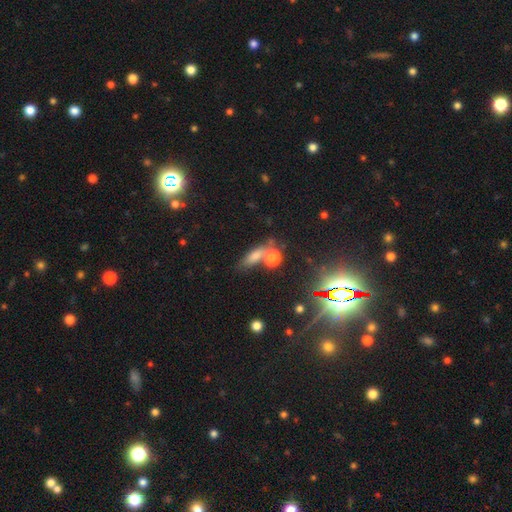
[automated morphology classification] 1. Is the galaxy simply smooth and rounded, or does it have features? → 64% smooth, 23% star or artifact, 12% featured or disk.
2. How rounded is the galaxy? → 52% in between, 32% cigar-shaped, 16% round.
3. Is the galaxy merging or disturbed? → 54% none, 28% merger, 12% minor disturbance, 6% major disturbance.